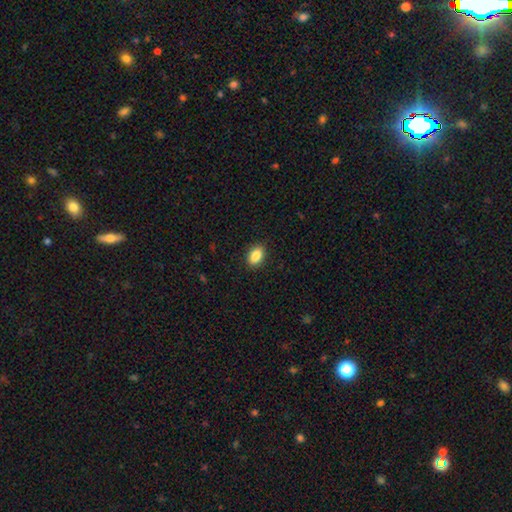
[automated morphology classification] Smooth or featured? smooth (87%)
How rounded? in between (86%)
Merging? none (89%)